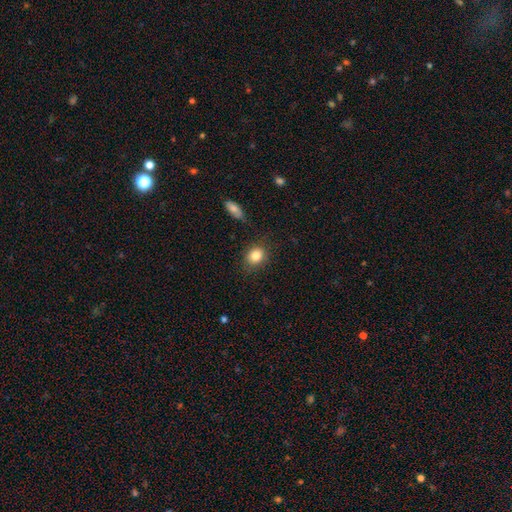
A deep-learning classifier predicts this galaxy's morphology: The model was most divided on "how rounded": round: 53%, in between: 45%, cigar-shaped: 1%. More confident: smooth or featured — smooth (84%); merging — none (81%).